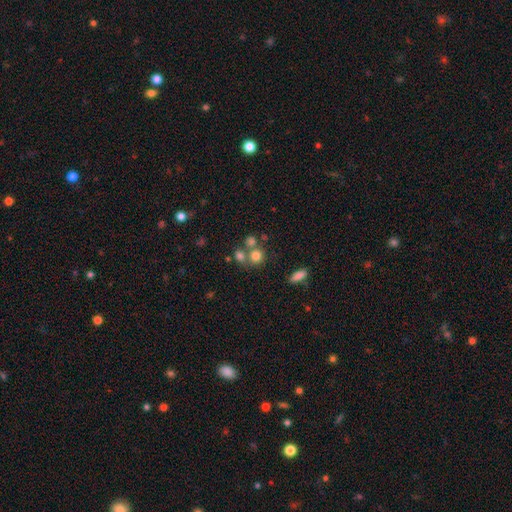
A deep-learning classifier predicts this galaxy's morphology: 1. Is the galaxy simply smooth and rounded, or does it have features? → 73% smooth, 14% star or artifact, 12% featured or disk.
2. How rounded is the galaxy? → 81% round, 17% in between, 1% cigar-shaped.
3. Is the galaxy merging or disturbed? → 51% none, 35% merger, 9% minor disturbance, 5% major disturbance.